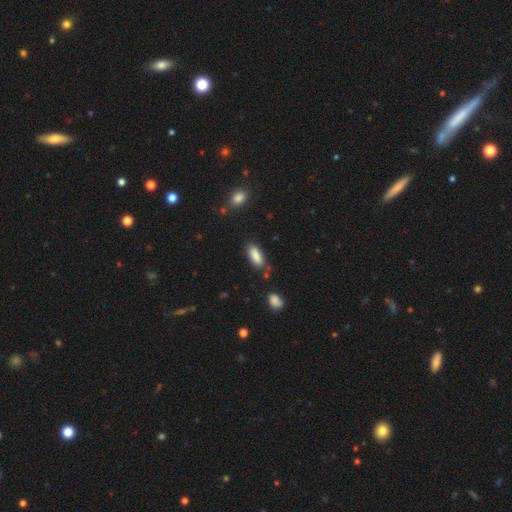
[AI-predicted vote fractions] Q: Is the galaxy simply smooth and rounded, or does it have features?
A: smooth — 87%.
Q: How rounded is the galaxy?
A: in between — 81%.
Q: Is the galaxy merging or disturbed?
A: none — 78%.